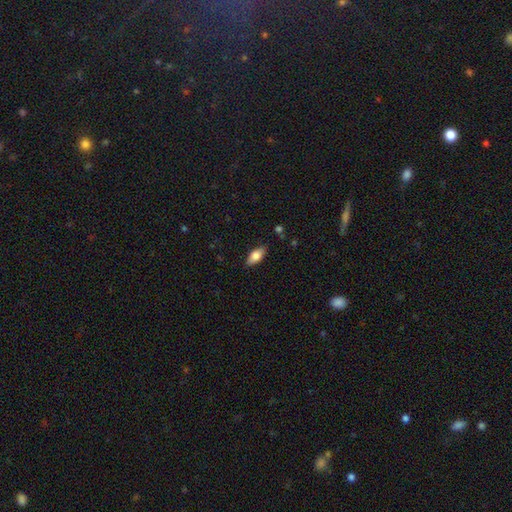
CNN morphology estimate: A smooth galaxy with no disk features (77%) that is in between round and cigar-shaped (87%).

Vote fractions:
- Smooth or featured? smooth: 77% / featured or disk: 17% / star or artifact: 7%
- How rounded? in between: 87% / cigar-shaped: 11% / round: 3%
- Merging? none: 85% / minor disturbance: 11% / major disturbance: 2% / merger: 1%